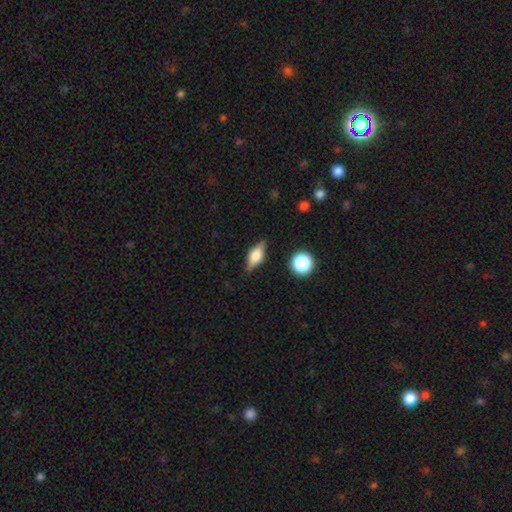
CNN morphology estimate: smooth-or-featured: smooth: 52% | featured or disk: 40% | star or artifact: 9%
  how-rounded: in between: 72% | cigar-shaped: 20% | round: 9%
  merging: none: 81% | minor disturbance: 14% | major disturbance: 3% | merger: 2%